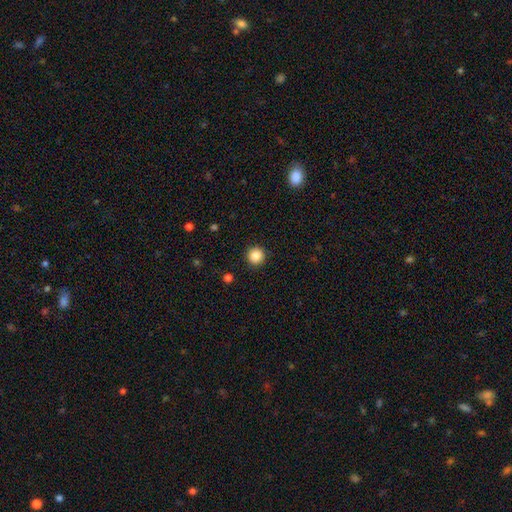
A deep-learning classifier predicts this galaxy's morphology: A smooth galaxy with no disk features (86%) that is round (95%). Merging: none (92%).